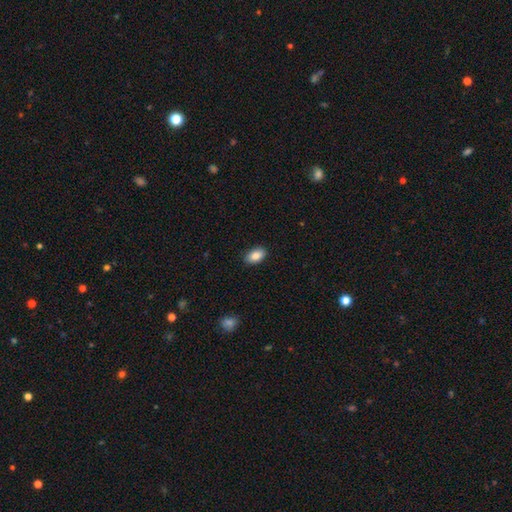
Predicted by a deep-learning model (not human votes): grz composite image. It shows a smooth galaxy with no disk features (85%) that is in between round and cigar-shaped (92%). Merging: none (88%).